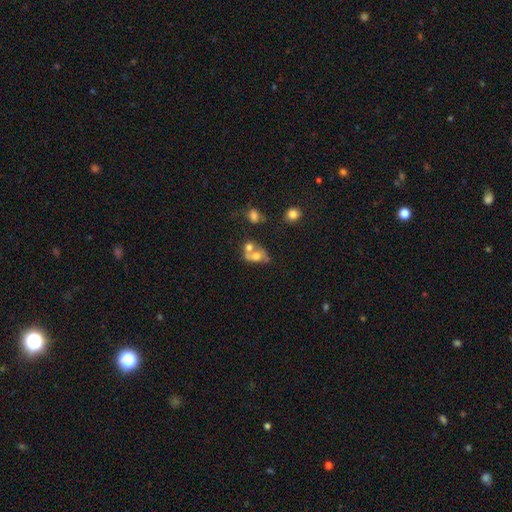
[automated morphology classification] Smooth or featured?
  - featured or disk: 45% * (tied)
  - smooth: 45% * (tied)
  - star or artifact: 10%
Merging?
  - merger: 54% *
  - none: 22%
  - minor disturbance: 13%
  - major disturbance: 11%